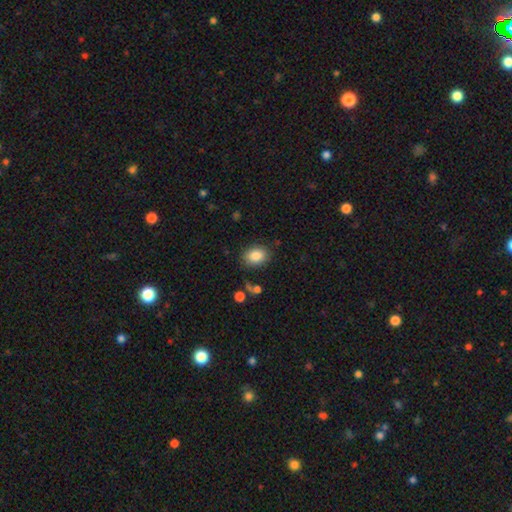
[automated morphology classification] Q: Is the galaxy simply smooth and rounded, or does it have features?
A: smooth — 85%.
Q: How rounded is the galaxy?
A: in between — 66%.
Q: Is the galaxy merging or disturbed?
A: none — 82%.